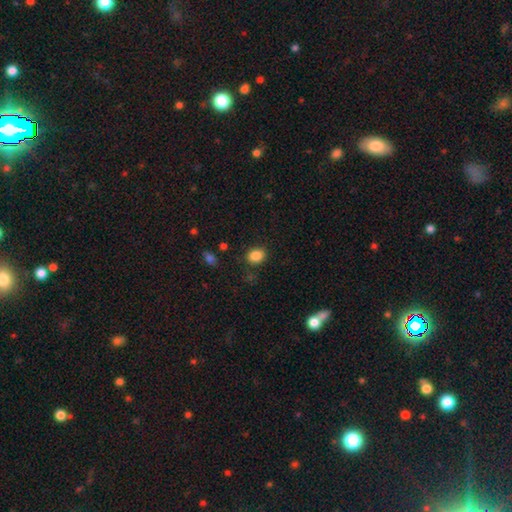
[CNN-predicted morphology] smooth-or-featured: smooth: 86% | star or artifact: 10% | featured or disk: 4%
  how-rounded: round: 53% | in between: 46% | cigar-shaped: 1%
  merging: none: 84% | minor disturbance: 10% | major disturbance: 3% | merger: 2%